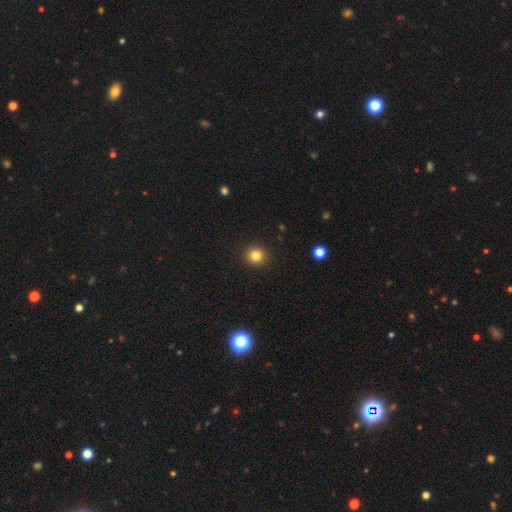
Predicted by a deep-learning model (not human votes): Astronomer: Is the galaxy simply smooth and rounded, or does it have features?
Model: smooth — 82%.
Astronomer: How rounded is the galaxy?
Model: round — 90%.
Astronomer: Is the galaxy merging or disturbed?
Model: none — 93%.